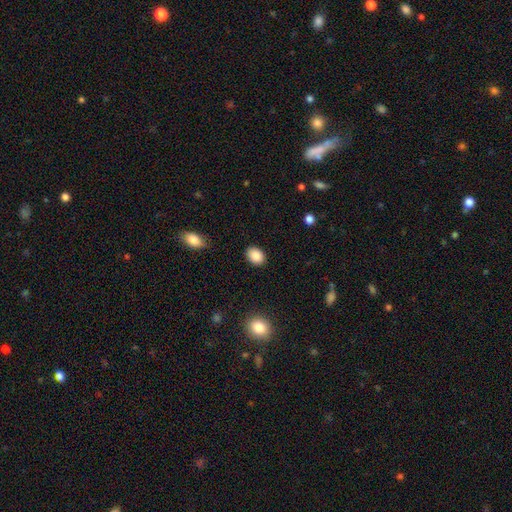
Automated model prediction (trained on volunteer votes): Overall: smooth (89%). How rounded: in between (68%; round 31%). Merging: none (88%).